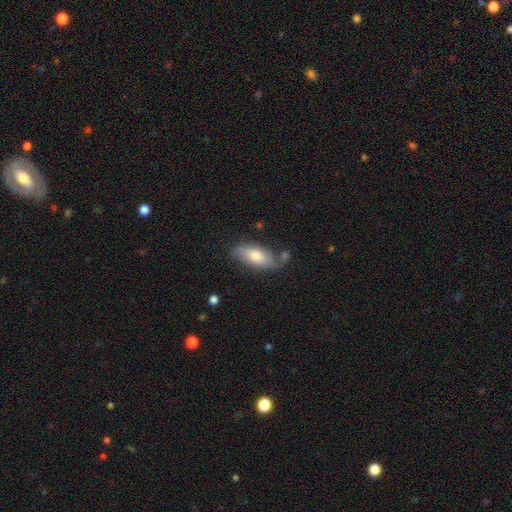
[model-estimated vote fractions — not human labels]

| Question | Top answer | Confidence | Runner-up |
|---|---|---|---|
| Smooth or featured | smooth | 72% | featured or disk (22%) |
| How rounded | in between | 83% | cigar-shaped (14%) |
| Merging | none | 66% | minor disturbance (20%) |